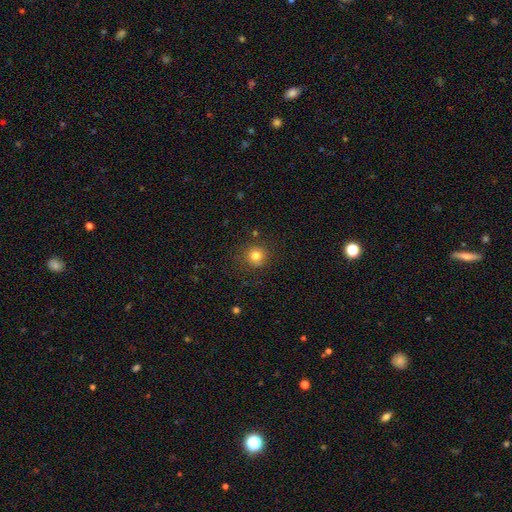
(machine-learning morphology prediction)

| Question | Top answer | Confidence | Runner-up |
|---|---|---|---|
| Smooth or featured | smooth | 80% | star or artifact (13%) |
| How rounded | round | 94% | in between (6%) |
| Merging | none | 87% | minor disturbance (8%) |